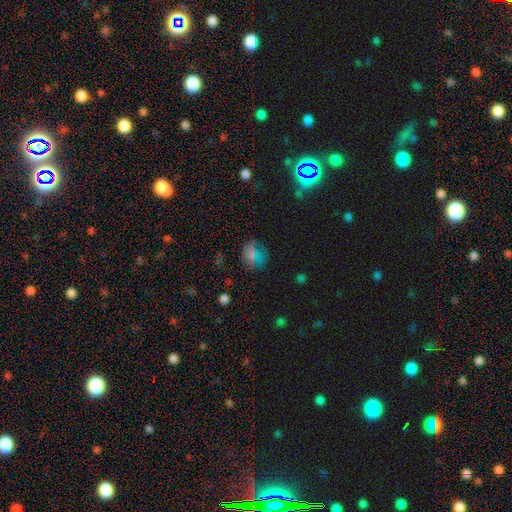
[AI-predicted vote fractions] Q: Smooth or featured?
A: smooth (62%); runner-up: star or artifact (29%)
Q: How rounded?
A: round (71%); runner-up: in between (26%)
Q: Merging?
A: none (82%); runner-up: minor disturbance (12%)